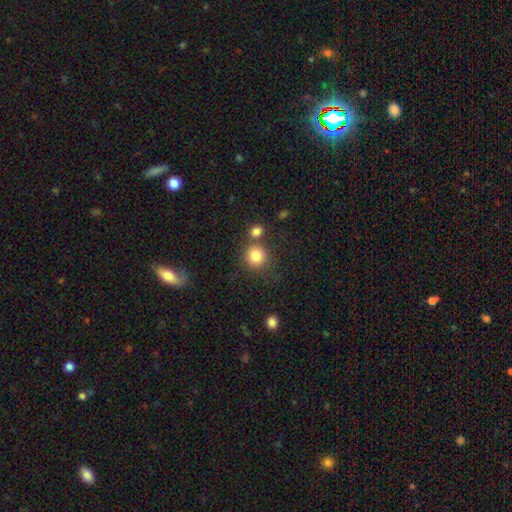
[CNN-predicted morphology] smooth-or-featured: smooth: 84% | star or artifact: 10% | featured or disk: 6%
  how-rounded: round: 90% | in between: 9% | cigar-shaped: 1%
  merging: none: 68% | merger: 18% | minor disturbance: 10% | major disturbance: 4%